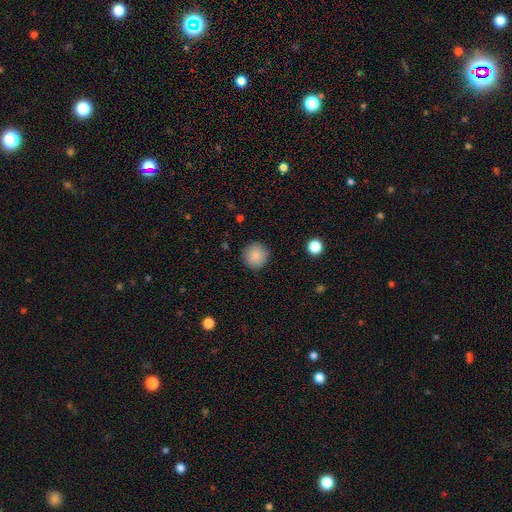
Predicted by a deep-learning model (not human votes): Q: Smooth or featured?
A: smooth (86%); runner-up: star or artifact (9%)
Q: How rounded?
A: round (95%); runner-up: in between (4%)
Q: Merging?
A: none (91%); runner-up: minor disturbance (6%)